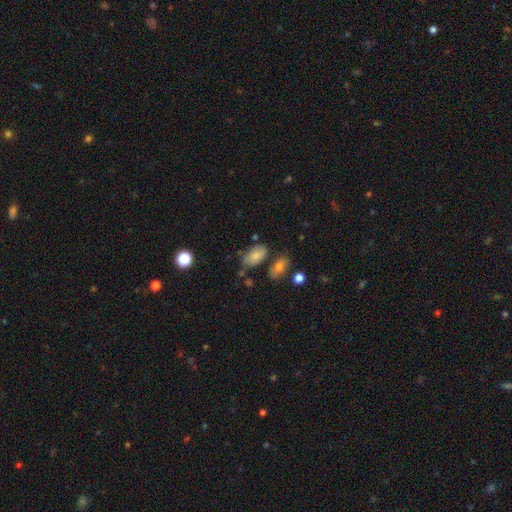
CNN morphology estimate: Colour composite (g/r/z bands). It shows a smooth galaxy with no disk features (80%) that is in between round and cigar-shaped (92%). Merging: none (62%).